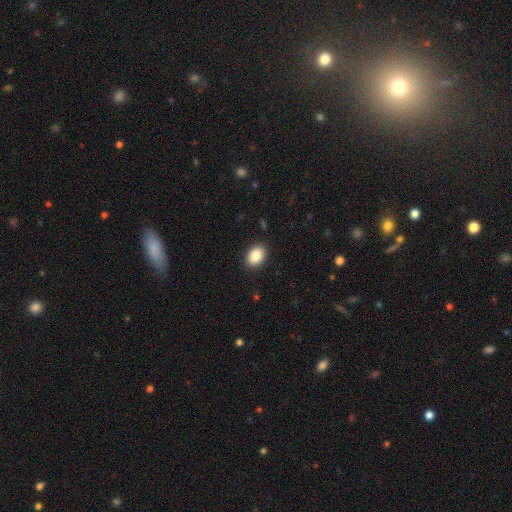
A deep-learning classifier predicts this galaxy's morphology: Q: Smooth or featured?
A: smooth (89%); runner-up: star or artifact (7%)
Q: How rounded?
A: in between (78%); runner-up: round (21%)
Q: Merging?
A: none (89%); runner-up: minor disturbance (8%)